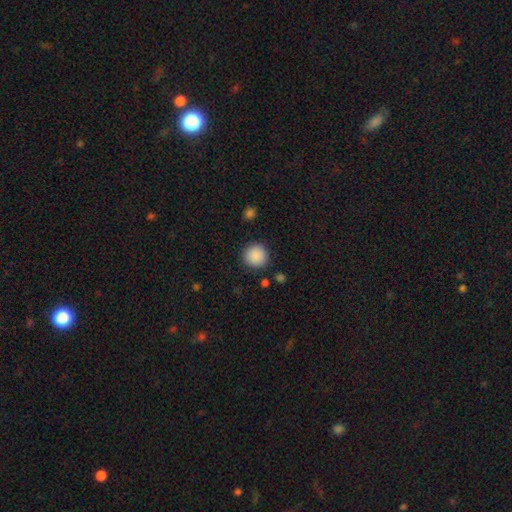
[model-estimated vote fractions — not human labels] smooth-or-featured: smooth: 89% | star or artifact: 8% | featured or disk: 3%
  how-rounded: round: 94% | in between: 5% | cigar-shaped: 1%
  merging: none: 90% | minor disturbance: 6% | major disturbance: 2% | merger: 2%